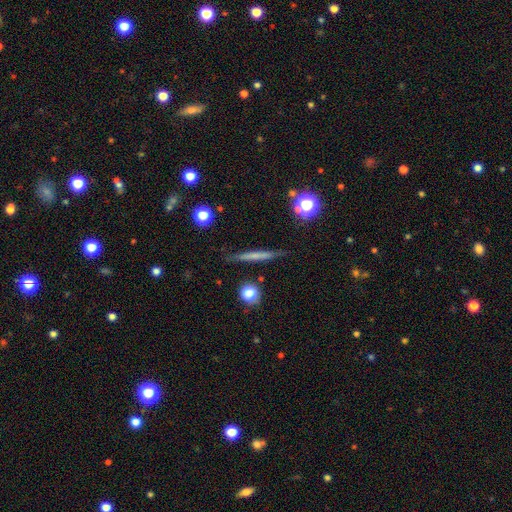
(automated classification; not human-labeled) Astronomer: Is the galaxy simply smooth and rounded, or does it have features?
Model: smooth — 49% (runner-up: featured or disk, 42%).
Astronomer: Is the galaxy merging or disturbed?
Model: none — 85%.